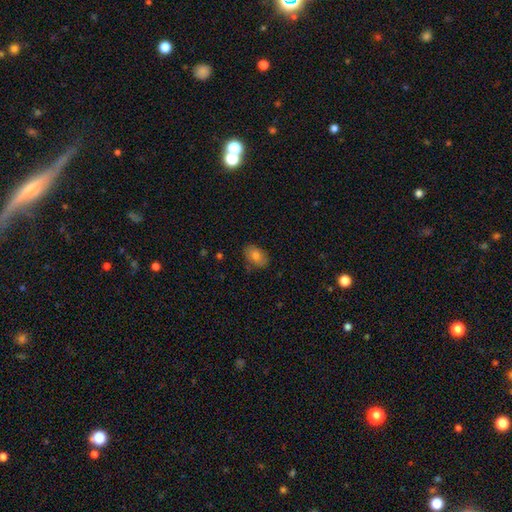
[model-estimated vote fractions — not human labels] Smooth or featured? Predicted: smooth (p=0.76). How rounded? Predicted: in between (p=0.83). Merging? Predicted: none (p=0.77).